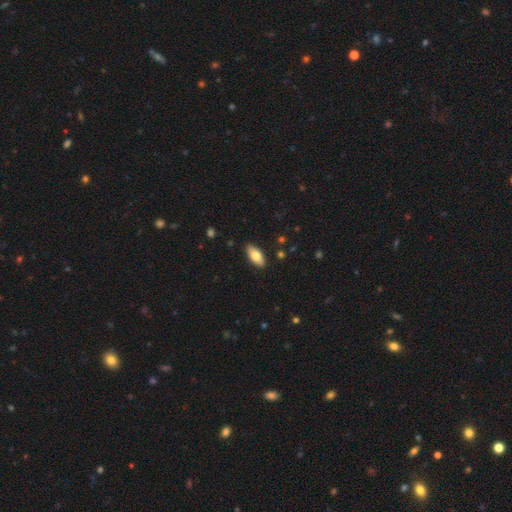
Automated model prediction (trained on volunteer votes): Q: Smooth or featured?
A: smooth (75%); runner-up: featured or disk (19%)
Q: How rounded?
A: in between (86%); runner-up: cigar-shaped (11%)
Q: Merging?
A: none (88%); runner-up: minor disturbance (9%)